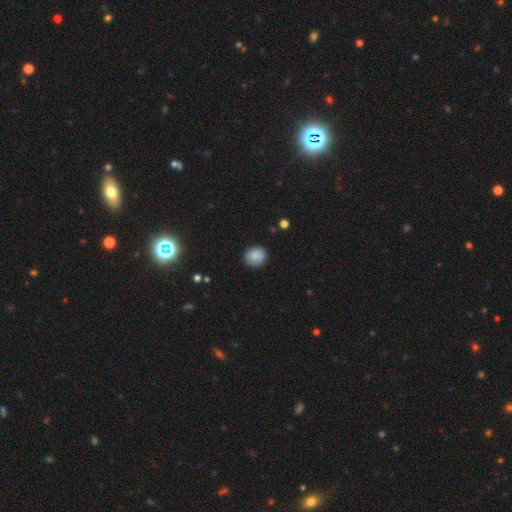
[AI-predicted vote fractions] smooth_or_featured: smooth (p=0.86) [alt: star or artifact p=0.09]
how_rounded: round (p=0.79) [alt: in between p=0.20]
merging: none (p=0.85) [alt: minor disturbance p=0.11]